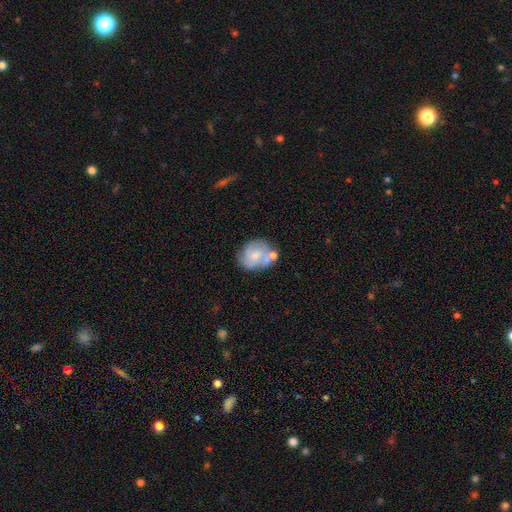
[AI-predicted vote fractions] This appears to be a smooth galaxy with no disk features (47%). Merging: none (51%).